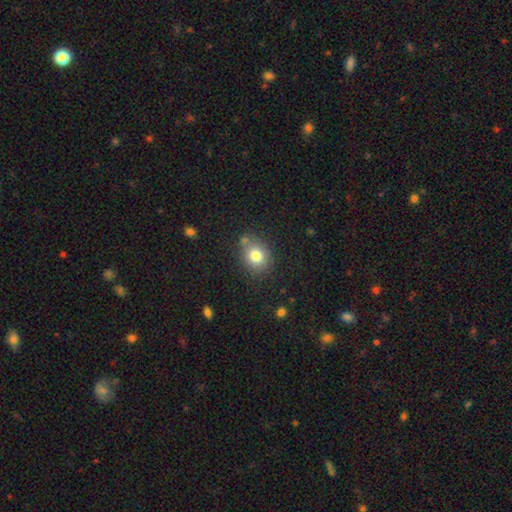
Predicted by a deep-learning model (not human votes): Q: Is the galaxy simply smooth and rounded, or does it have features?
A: smooth — 79%.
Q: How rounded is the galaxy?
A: round — 61%.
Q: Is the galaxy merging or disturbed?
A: none — 73%.